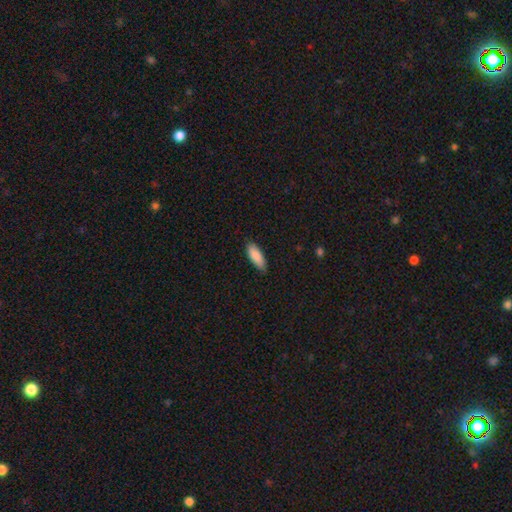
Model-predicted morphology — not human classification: The model was most divided on "how rounded": in between: 68%, cigar-shaped: 31%, round: 2%. More confident: smooth or featured — smooth (88%); merging — none (84%).